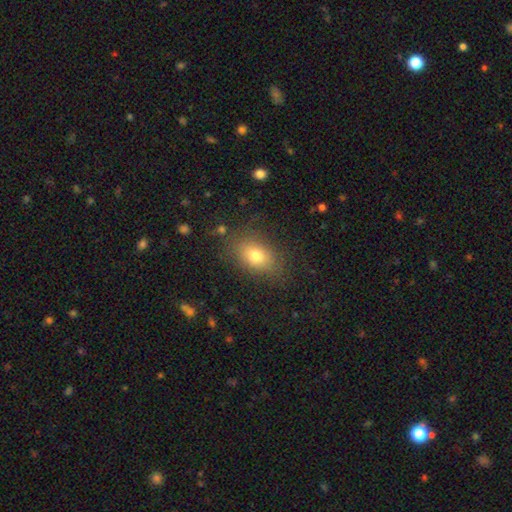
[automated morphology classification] Smooth or featured? Predicted: smooth (p=0.76). How rounded? Predicted: in between (p=0.78). Merging? Predicted: none (p=0.80).